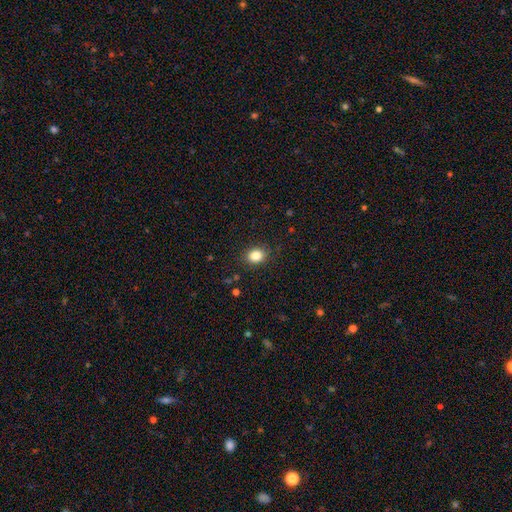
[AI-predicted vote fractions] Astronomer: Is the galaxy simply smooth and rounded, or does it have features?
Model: smooth — 84%.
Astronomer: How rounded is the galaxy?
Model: round — 50% (runner-up: in between, 49%).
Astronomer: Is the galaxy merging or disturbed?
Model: none — 86%.